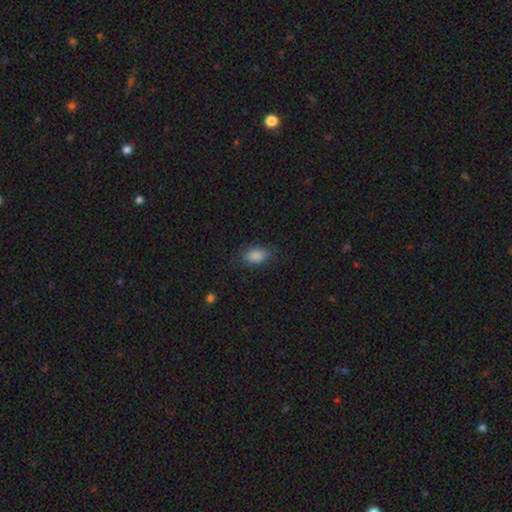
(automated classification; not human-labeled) smooth_or_featured: smooth (p=0.86) [alt: star or artifact p=0.09]
how_rounded: in between (p=0.88) [alt: round p=0.09]
merging: none (p=0.81) [alt: minor disturbance p=0.15]